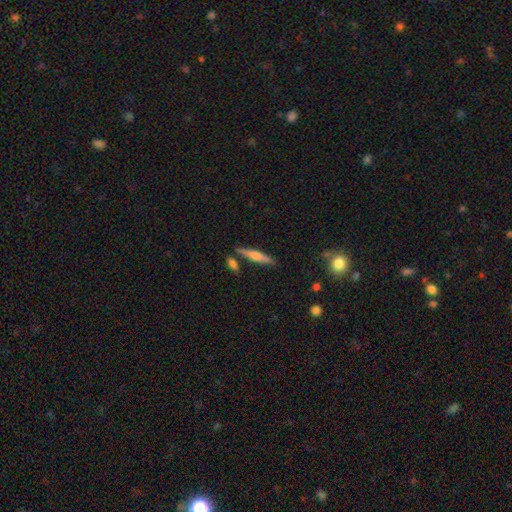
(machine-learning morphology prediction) Q: Smooth or featured?
A: smooth (57%); runner-up: featured or disk (37%)
Q: How rounded?
A: cigar-shaped (87%); runner-up: in between (11%)
Q: Merging?
A: none (79%); runner-up: minor disturbance (10%)